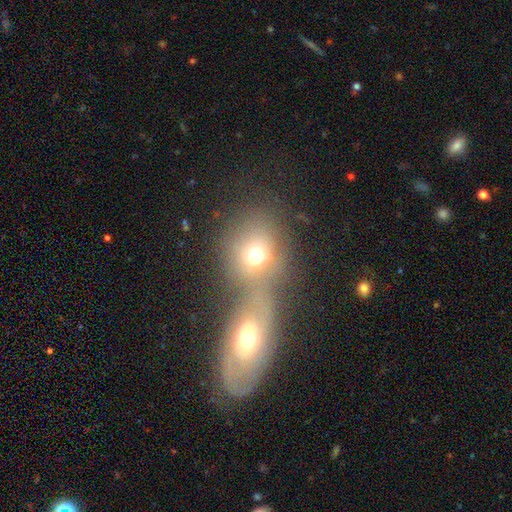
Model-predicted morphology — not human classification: smooth-or-featured: smooth: 66% | featured or disk: 20% | star or artifact: 14%
  how-rounded: round: 61% | in between: 37% | cigar-shaped: 2%
  merging: merger: 60% | none: 23% | major disturbance: 9% | minor disturbance: 7%